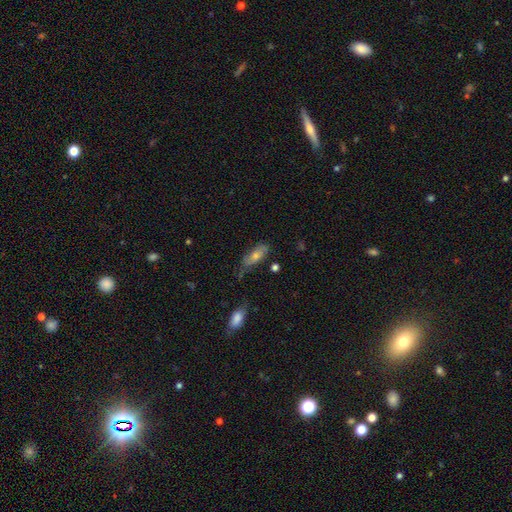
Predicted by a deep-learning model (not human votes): Smooth or featured? Predicted: smooth (p=0.58). How rounded? Predicted: in between (p=0.68). Merging? Predicted: none (p=0.57).